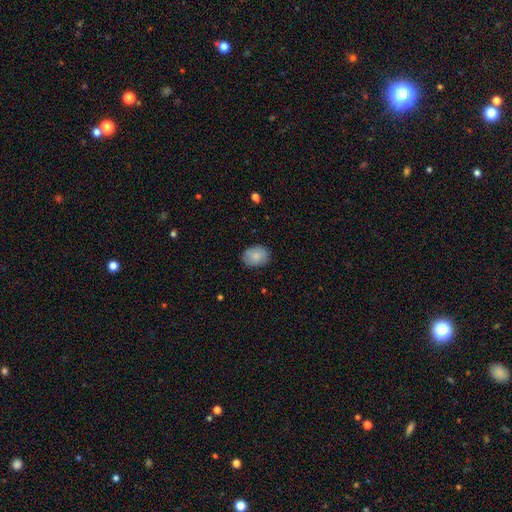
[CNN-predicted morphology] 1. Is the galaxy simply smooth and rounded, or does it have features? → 85% smooth, 8% featured or disk, 7% star or artifact.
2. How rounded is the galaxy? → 64% in between, 35% round, 1% cigar-shaped.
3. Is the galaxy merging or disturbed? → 84% none, 12% minor disturbance, 3% major disturbance, 1% merger.